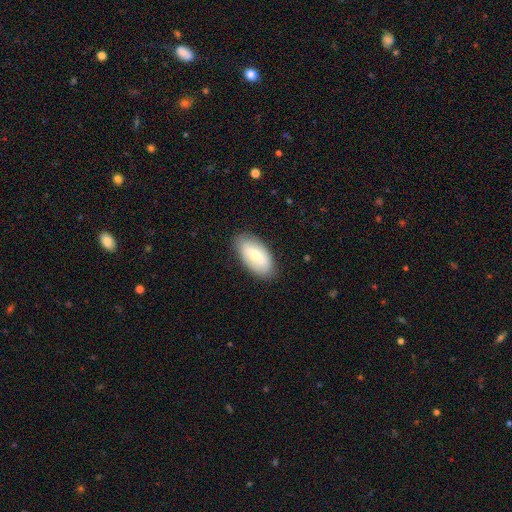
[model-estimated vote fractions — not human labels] Smooth or featured? Predicted: smooth (p=0.63). How rounded? Predicted: in between (p=0.93). Merging? Predicted: none (p=0.84).